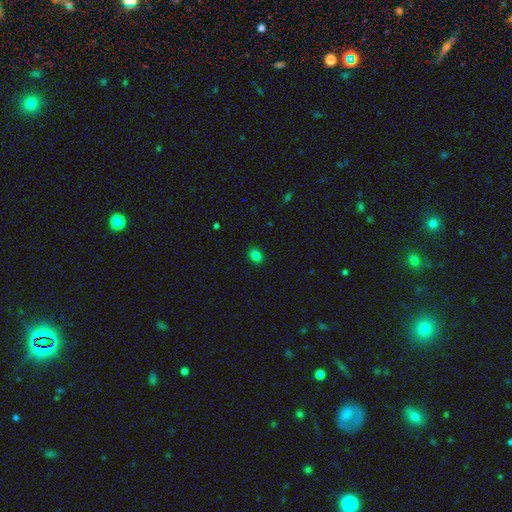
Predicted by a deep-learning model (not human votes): This is clearly a smooth galaxy (82%). How rounded: possibly in between (51%). Merging: clearly none (89%).